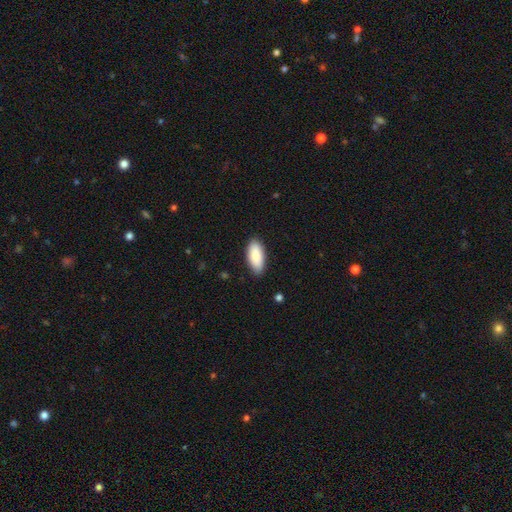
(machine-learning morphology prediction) A smooth galaxy with no disk features (86%) that is in between round and cigar-shaped (88%). Merging: none (86%).